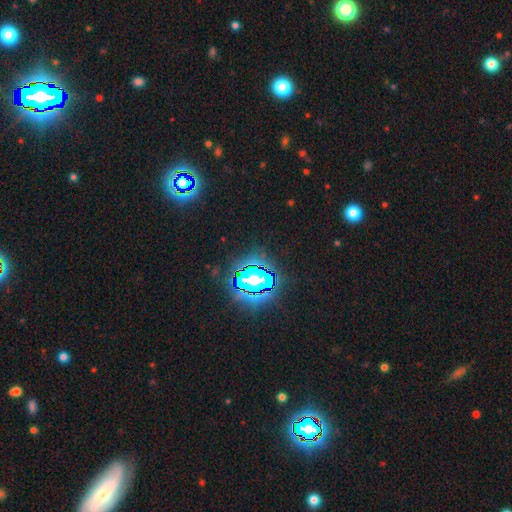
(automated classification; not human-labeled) This is clearly a star or artifact rather than a galaxy (81%).